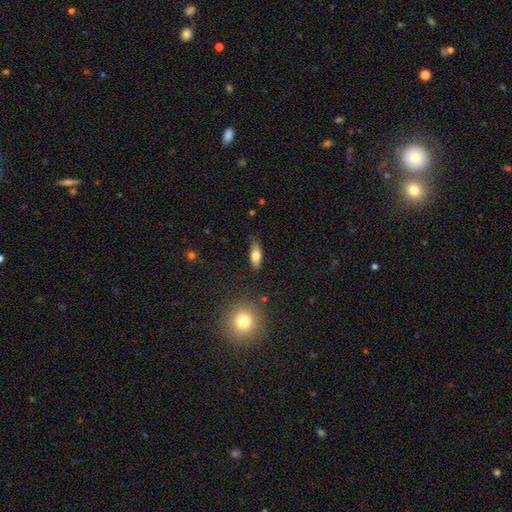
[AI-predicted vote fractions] Overall: smooth (74%). How rounded: in between (75%). Merging: none (79%).